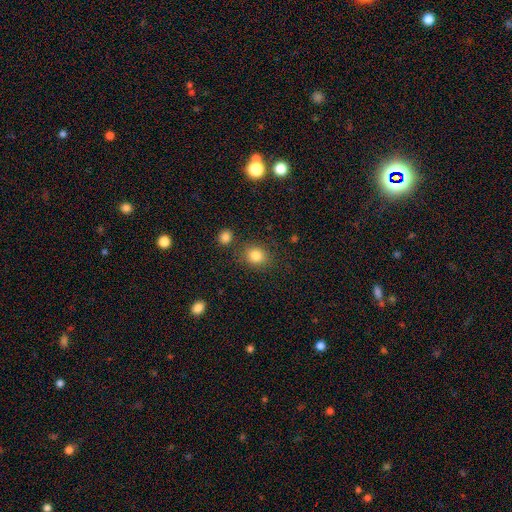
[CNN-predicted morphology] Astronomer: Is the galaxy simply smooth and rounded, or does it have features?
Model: smooth — 83%.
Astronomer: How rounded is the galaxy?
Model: round — 68%.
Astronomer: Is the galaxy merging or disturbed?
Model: none — 79%.